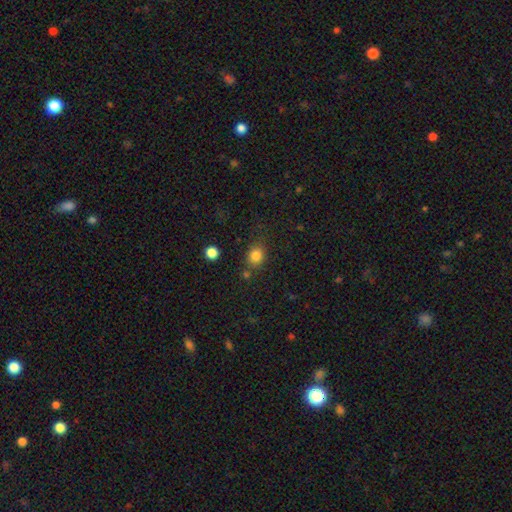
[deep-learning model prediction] Smooth or featured? smooth (82%)
How rounded? round (69%)
Merging? none (72%)